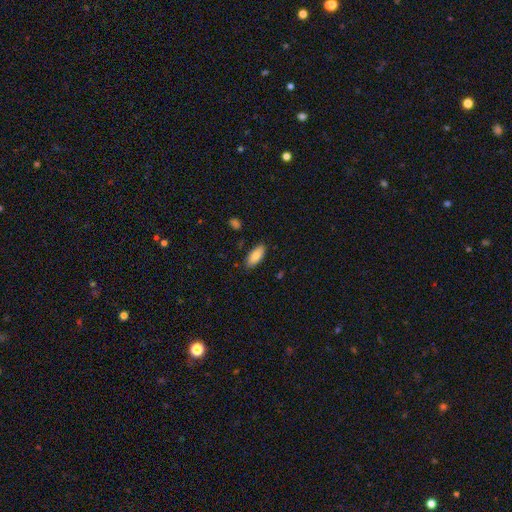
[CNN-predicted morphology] Smooth or featured: smooth — 86% (featured or disk — 7%)
How rounded: in between — 85% (cigar-shaped — 13%)
Merging: none — 84% (minor disturbance — 12%)